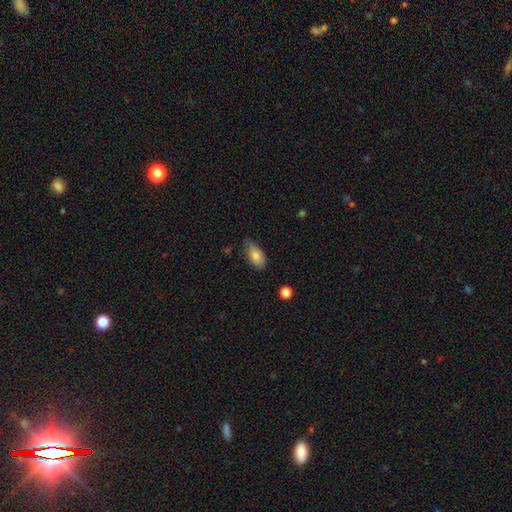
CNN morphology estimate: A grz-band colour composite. It shows a smooth galaxy with no disk features (80%) that is in between round and cigar-shaped (91%). Merging: none (61%).